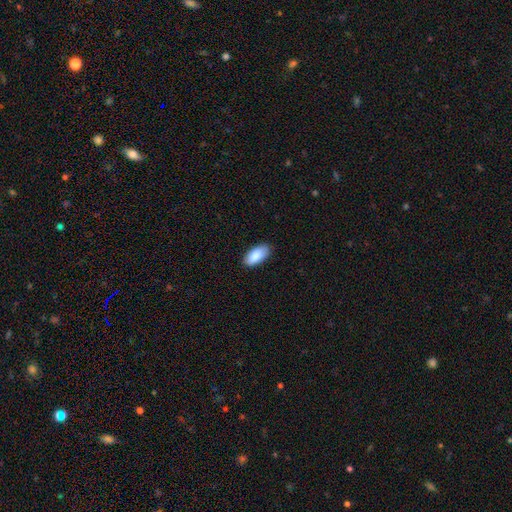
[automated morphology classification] Smooth or featured?
  - smooth: 88% *
  - featured or disk: 6%
  - star or artifact: 6%
How rounded?
  - in between: 92% *
  - cigar-shaped: 6%
  - round: 2%
Merging?
  - none: 86% *
  - minor disturbance: 11%
  - major disturbance: 2%
  - merger: 1%